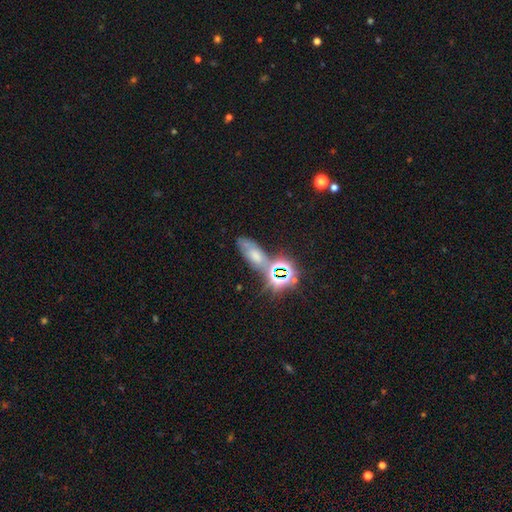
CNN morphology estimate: A smooth galaxy with no disk features (43%).

Vote fractions:
- Smooth or featured? smooth: 43% / star or artifact: 37% / featured or disk: 20%
- Merging? none: 55% / minor disturbance: 18% / merger: 17% / major disturbance: 10%